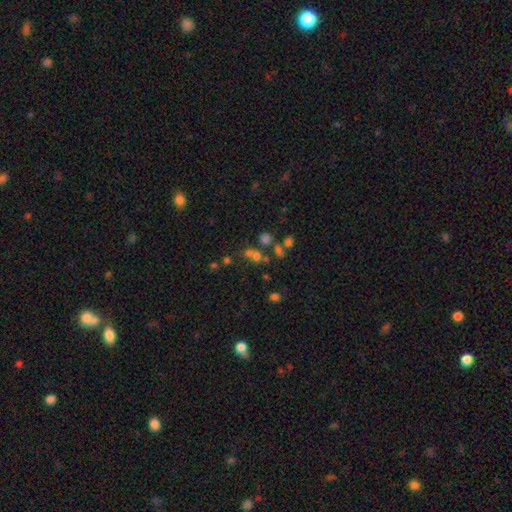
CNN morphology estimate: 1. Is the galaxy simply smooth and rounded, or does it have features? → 48% smooth, 35% star or artifact, 17% featured or disk.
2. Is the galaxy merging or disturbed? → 48% none, 36% merger, 9% minor disturbance, 7% major disturbance.